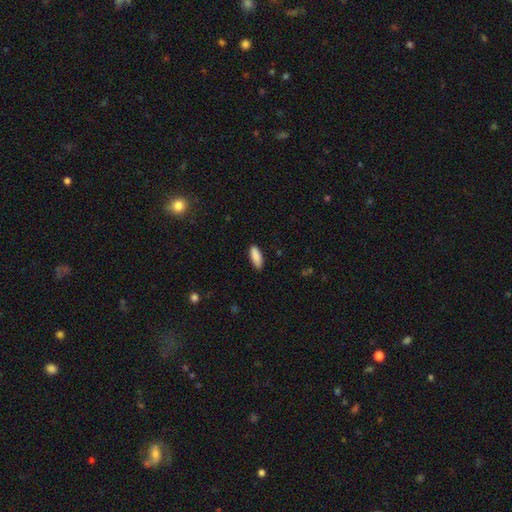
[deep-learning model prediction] Smooth or featured?
  - smooth: 90% *
  - star or artifact: 6%
  - featured or disk: 4%
How rounded?
  - in between: 71% *
  - cigar-shaped: 28%
  - round: 2%
Merging?
  - none: 87% *
  - minor disturbance: 10%
  - major disturbance: 2%
  - merger: 1%